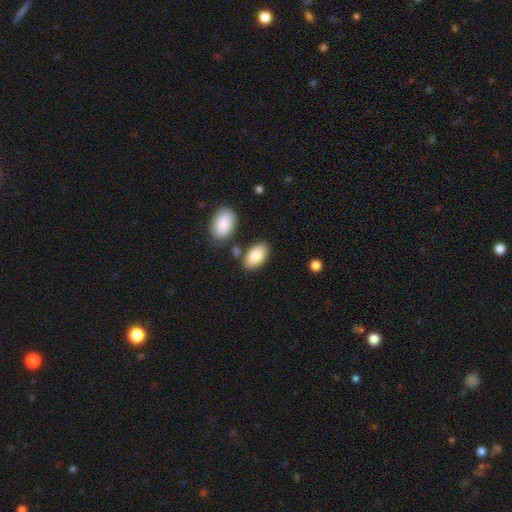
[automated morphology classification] Smooth or featured: smooth — 83% (featured or disk — 11%)
How rounded: in between — 95% (round — 4%)
Merging: none — 79% (minor disturbance — 11%)